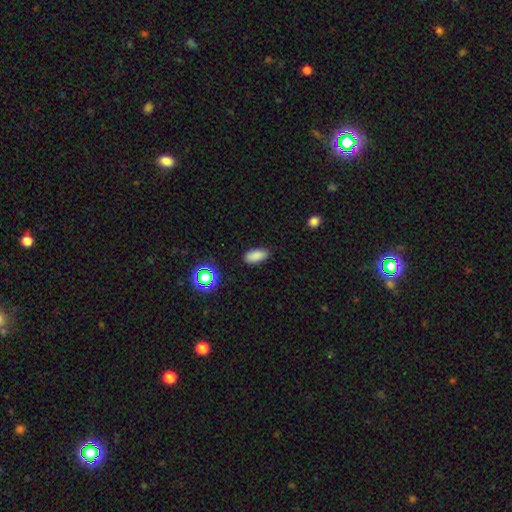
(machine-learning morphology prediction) Smooth or featured? Predicted: smooth (p=0.85). How rounded? Predicted: in between (p=0.90). Merging? Predicted: none (p=0.84).